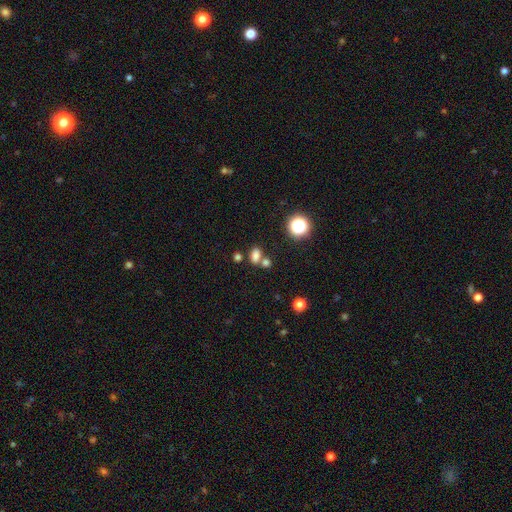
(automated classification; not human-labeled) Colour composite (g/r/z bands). It shows a smooth galaxy with no disk features (76%) that is in between round and cigar-shaped (78%). Merging: none (52%).